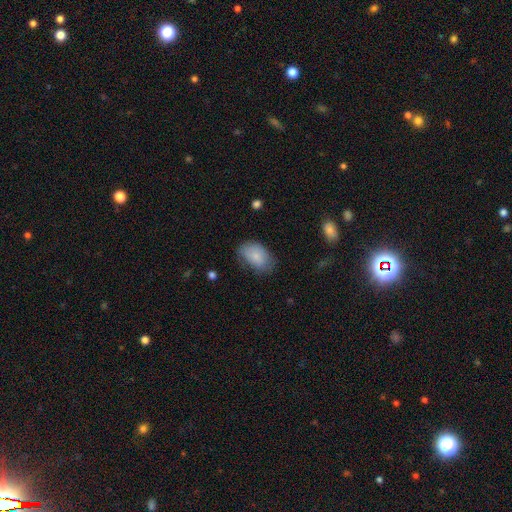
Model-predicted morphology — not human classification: This appears to be a smooth galaxy with no disk features (81%) that is in between round and cigar-shaped (89%). Merging: none (64%).